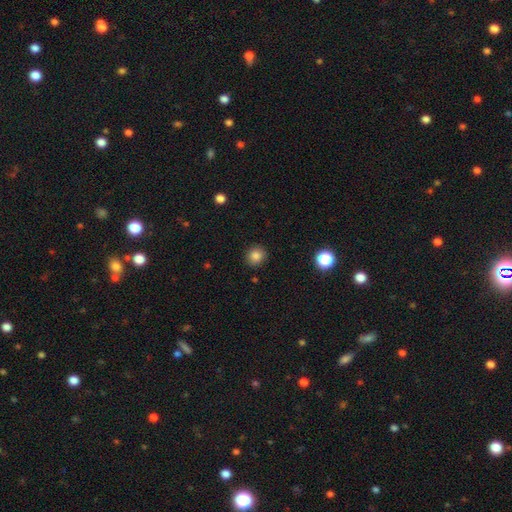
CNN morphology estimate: Smooth or featured?
  - smooth: 84% *
  - star or artifact: 11%
  - featured or disk: 4%
How rounded?
  - round: 85% *
  - in between: 15%
  - cigar-shaped: 1%
Merging?
  - none: 89% *
  - minor disturbance: 7%
  - major disturbance: 2%
  - merger: 1%